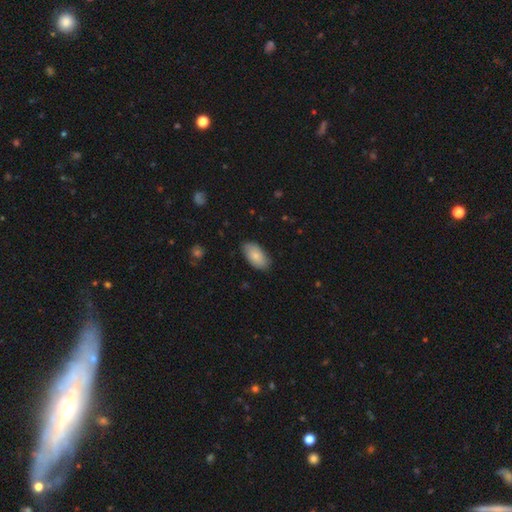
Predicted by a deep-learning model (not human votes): smooth_or_featured: smooth (p=0.80) [alt: featured or disk p=0.14]
how_rounded: in between (p=0.95) [alt: round p=0.03]
merging: none (p=0.81) [alt: minor disturbance p=0.15]